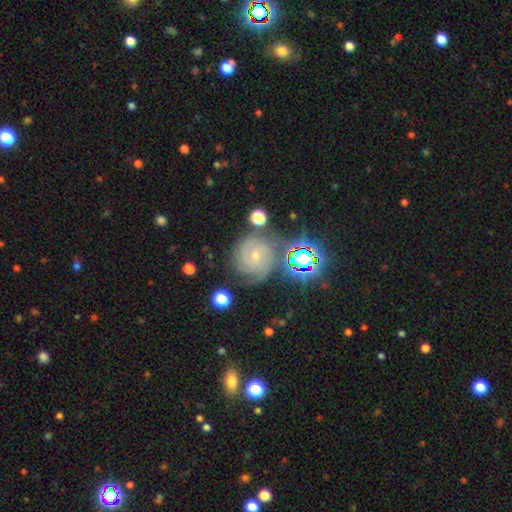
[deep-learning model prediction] The model was most divided on "spiral arm count": 3: 34%, can't tell: 22%, 2: 18%, 4: 15%, more than 4: 6%, 1: 5%. More confident: edge-on disk — no (97%); spiral arms — yes (96%); smooth or featured — featured or disk (73%); spiral winding — tight (69%); merging — none (67%); bulge size — small (67%); bar — no (60%).